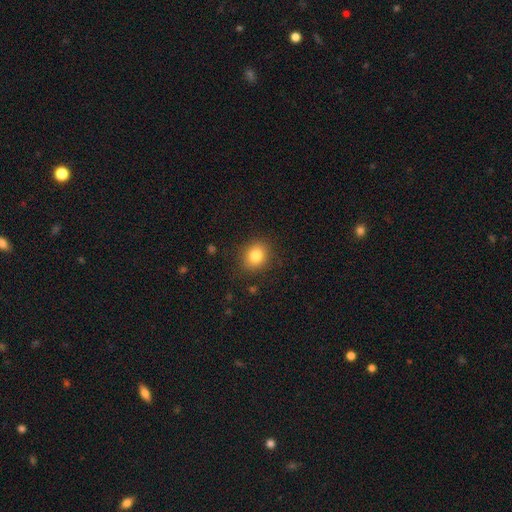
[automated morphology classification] smooth 82%, star or artifact 11%, featured or disk 7%. Down the decision tree: how rounded — round (66%); merging — none (87%).